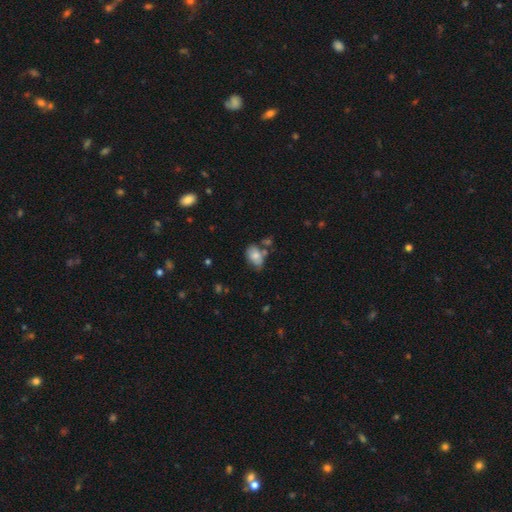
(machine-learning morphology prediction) A smooth galaxy with no disk features (69%) that is in between round and cigar-shaped (83%). Merging: none (45%).